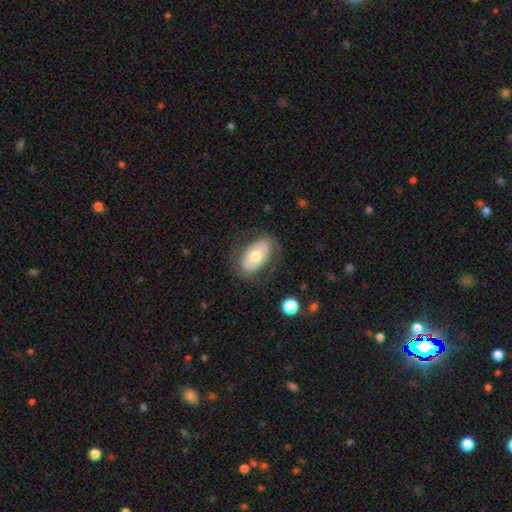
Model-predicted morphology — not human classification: Smooth or featured? Predicted: smooth (p=0.58). How rounded? Predicted: in between (p=0.91). Merging? Predicted: none (p=0.74).